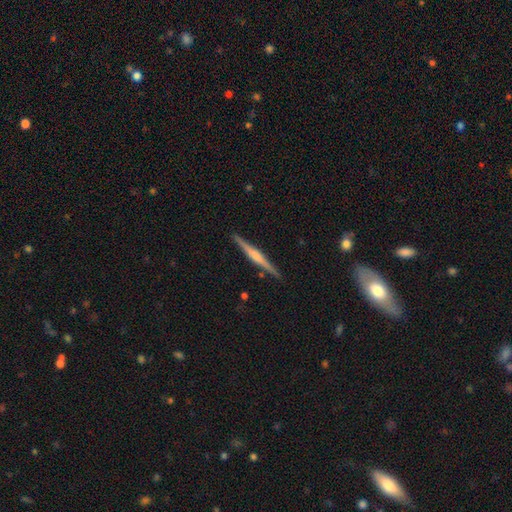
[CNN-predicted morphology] type=featured or disk (70%); edge-on=yes (98%); edge-on bulge=rounded (57%); merging=none (91%).